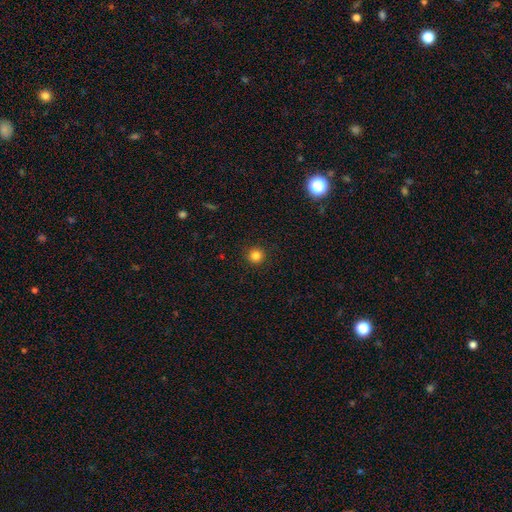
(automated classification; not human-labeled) Overall: smooth (84%). How rounded: round (95%). Merging: none (92%).